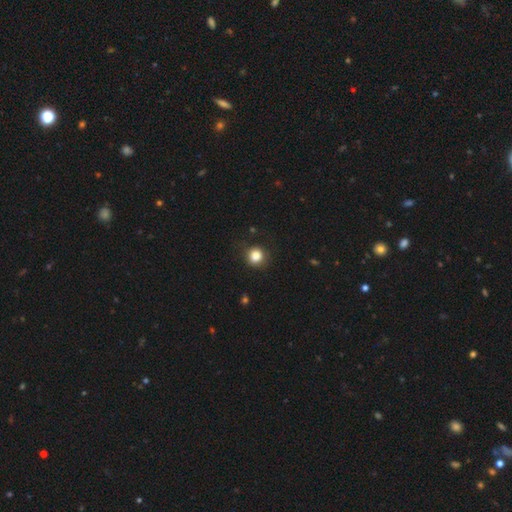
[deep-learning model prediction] This appears to be a smooth galaxy with no disk features (85%) that is round (88%). Merging: none (84%).